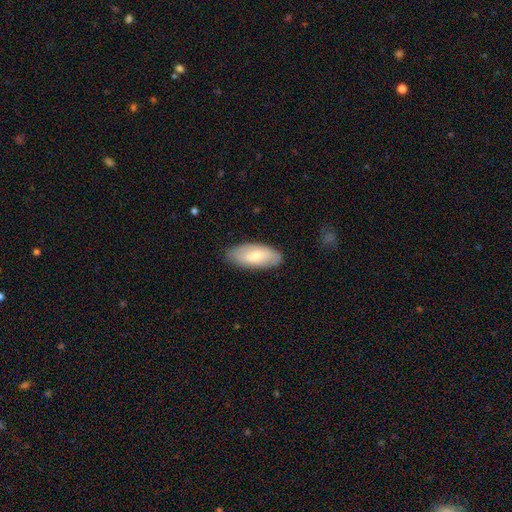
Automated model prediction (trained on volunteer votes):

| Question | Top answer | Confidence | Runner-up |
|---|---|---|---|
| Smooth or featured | smooth | 67% | featured or disk (27%) |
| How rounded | in between | 87% | cigar-shaped (11%) |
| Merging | none | 83% | minor disturbance (13%) |